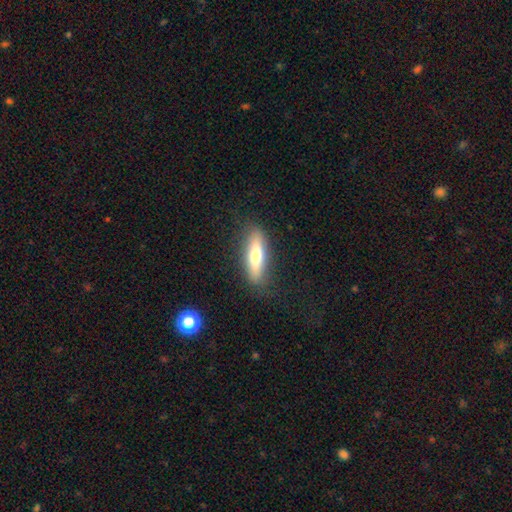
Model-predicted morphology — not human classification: A smooth galaxy with no disk features (65%) that is cigar-shaped (65%).

Vote fractions:
- Smooth or featured? smooth: 65% / featured or disk: 29% / star or artifact: 6%
- How rounded? cigar-shaped: 65% / in between: 33% / round: 2%
- Merging? none: 84% / minor disturbance: 12% / major disturbance: 3% / merger: 1%